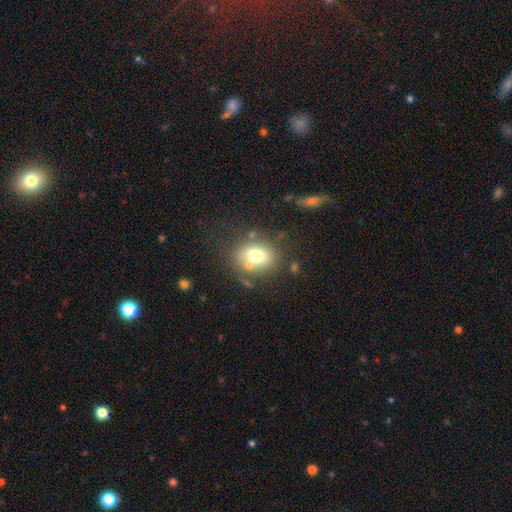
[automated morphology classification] The model was most divided on "how rounded": in between: 59%, round: 40%, cigar-shaped: 1%. More confident: smooth or featured — smooth (72%); merging — none (65%).